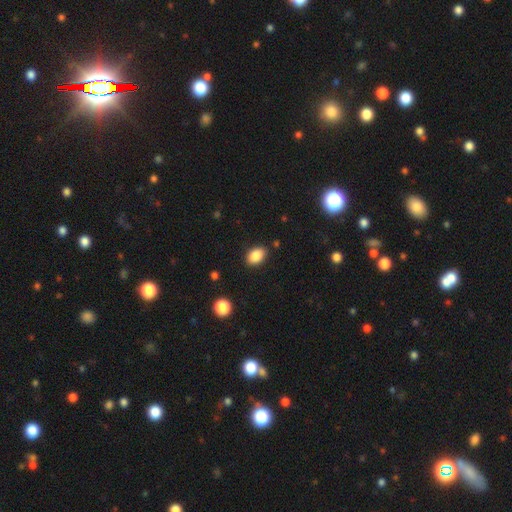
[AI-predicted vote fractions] smooth_or_featured: smooth (p=0.87) [alt: star or artifact p=0.09]
how_rounded: in between (p=0.82) [alt: round p=0.17]
merging: none (p=0.86) [alt: minor disturbance p=0.10]